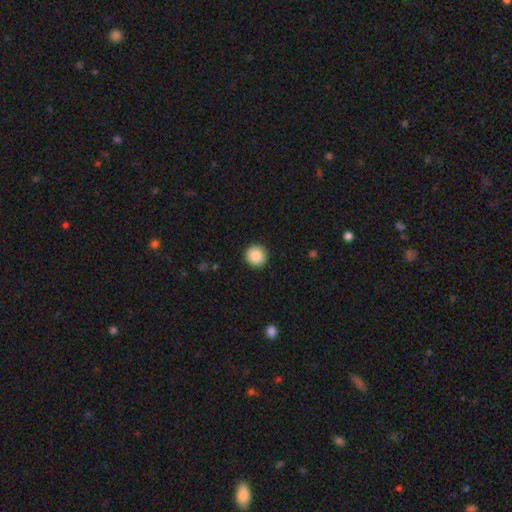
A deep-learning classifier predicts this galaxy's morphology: smooth 88%, star or artifact 8%, featured or disk 4%. Down the decision tree: how rounded — round (94%); merging — none (91%).